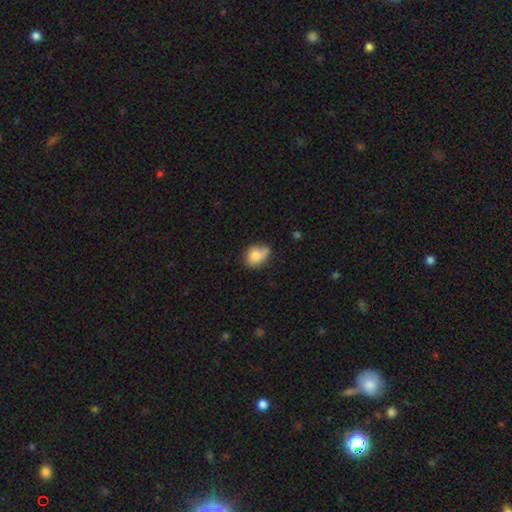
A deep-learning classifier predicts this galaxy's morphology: Overall: smooth (71%). How rounded: in between (55%; round 43%). Merging: none (43%; minor disturbance 34%).